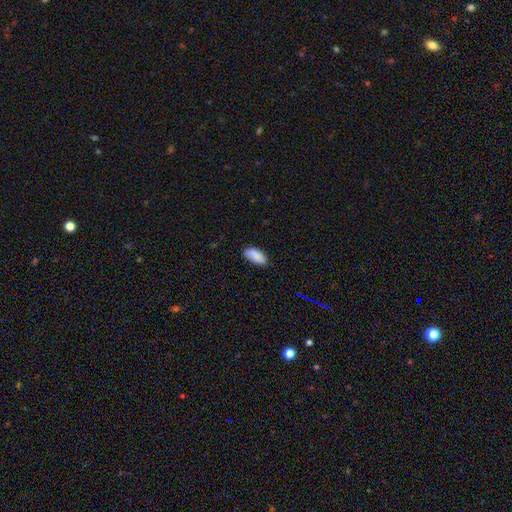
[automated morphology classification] A smooth galaxy with no disk features (89%) that is in between round and cigar-shaped (89%). Merging: none (79%).